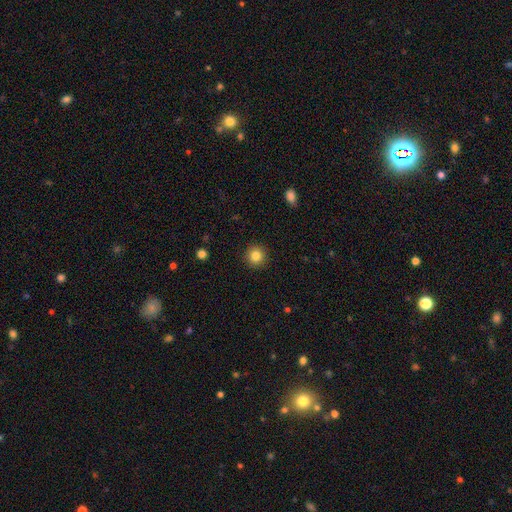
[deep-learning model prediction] smooth 83%, star or artifact 11%, featured or disk 6%. Down the decision tree: how rounded — round (95%); merging — none (92%).